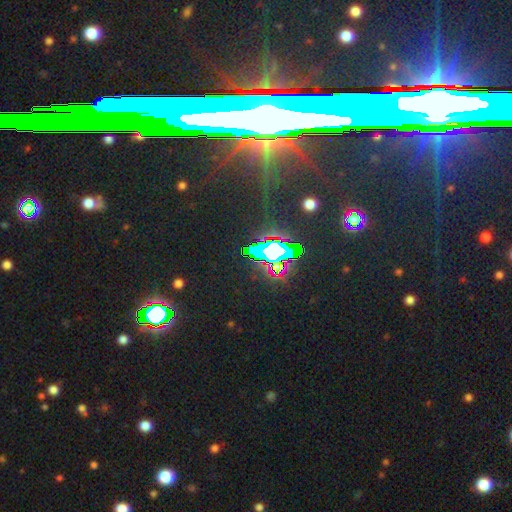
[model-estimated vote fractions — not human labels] This appears to be a star or artifact, not a galaxy (75%).